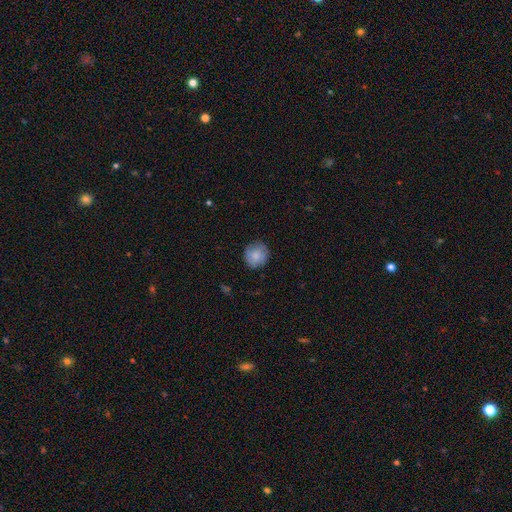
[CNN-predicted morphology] The model was most divided on "merging": none: 81%, minor disturbance: 15%, major disturbance: 3%, merger: 1%. More confident: how rounded — round (86%); smooth or featured — smooth (81%).